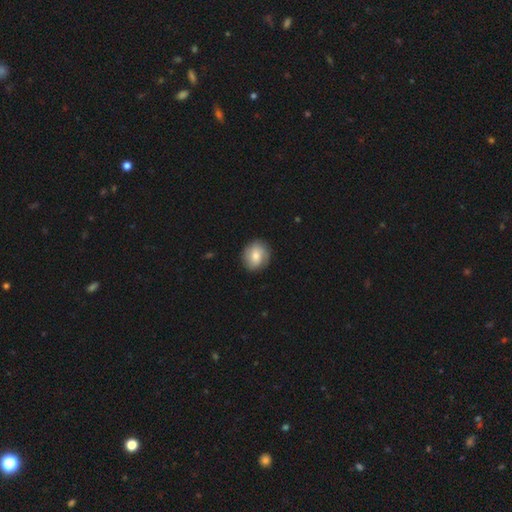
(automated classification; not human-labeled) smooth_or_featured: smooth (p=0.62) [alt: featured or disk p=0.31]
how_rounded: round (p=0.73) [alt: in between p=0.26]
merging: none (p=0.83) [alt: minor disturbance p=0.13]